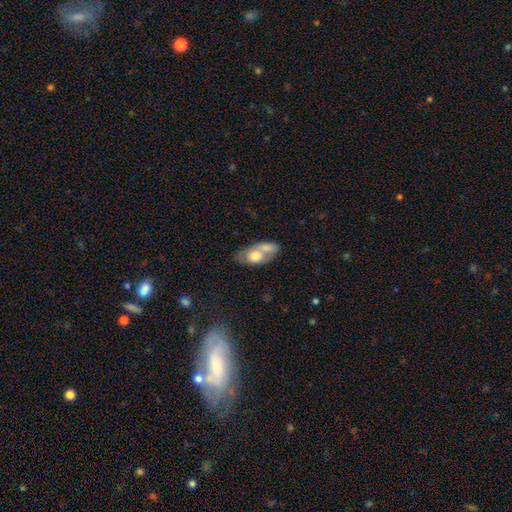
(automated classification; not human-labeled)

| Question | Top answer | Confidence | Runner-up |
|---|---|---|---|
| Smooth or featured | smooth | 64% | featured or disk (29%) |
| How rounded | in between | 84% | round (9%) |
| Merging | merger | 55% | none (24%) |